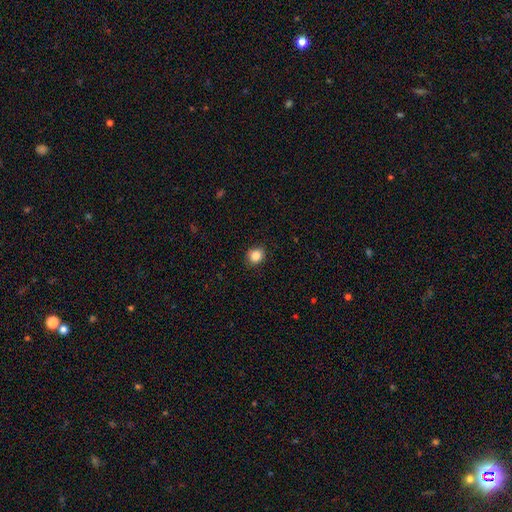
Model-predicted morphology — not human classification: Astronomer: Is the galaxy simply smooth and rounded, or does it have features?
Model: smooth — 85%.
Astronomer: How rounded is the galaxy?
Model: round — 75%.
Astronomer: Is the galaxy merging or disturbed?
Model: none — 89%.